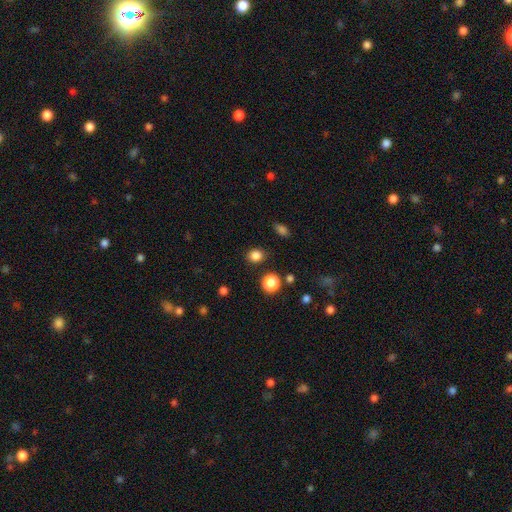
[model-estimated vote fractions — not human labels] A smooth galaxy with no disk features (83%) that is round (71%).

Vote fractions:
- Smooth or featured? smooth: 83% / star or artifact: 13% / featured or disk: 4%
- How rounded? round: 71% / in between: 28% / cigar-shaped: 1%
- Merging? none: 87% / minor disturbance: 8% / major disturbance: 3% / merger: 3%